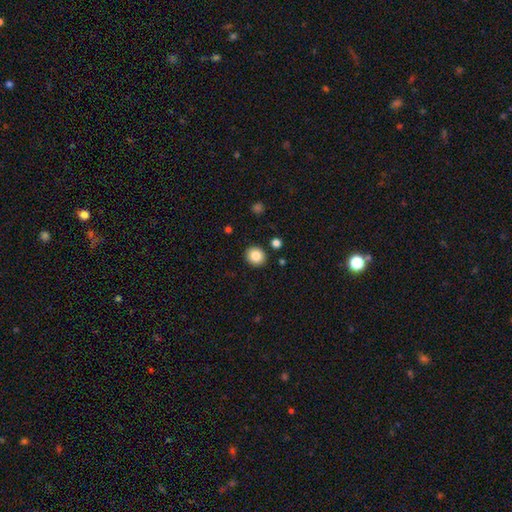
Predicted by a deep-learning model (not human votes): smooth-or-featured: smooth: 85% | star or artifact: 9% | featured or disk: 5%
  how-rounded: round: 84% | in between: 16% | cigar-shaped: 1%
  merging: none: 90% | minor disturbance: 6% | merger: 2% | major disturbance: 2%